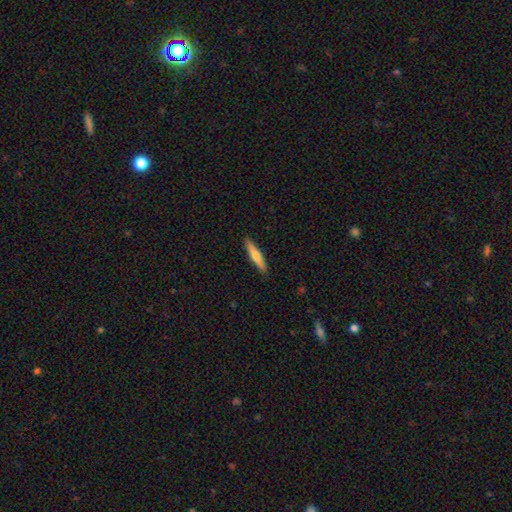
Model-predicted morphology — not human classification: Smooth or featured? Predicted: smooth (p=0.53). How rounded? Predicted: cigar-shaped (p=0.87). Merging? Predicted: none (p=0.91).